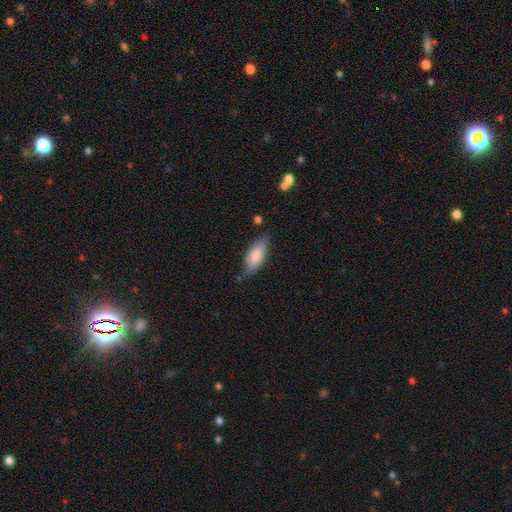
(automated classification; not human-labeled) A smooth galaxy with no disk features (77%) that is in between round and cigar-shaped (71%).

Vote fractions:
- Smooth or featured? smooth: 77% / featured or disk: 17% / star or artifact: 6%
- How rounded? in between: 71% / cigar-shaped: 27% / round: 2%
- Merging? none: 72% / minor disturbance: 22% / major disturbance: 4% / merger: 3%